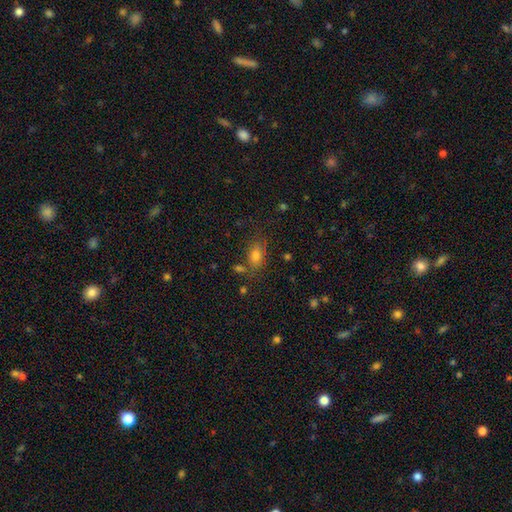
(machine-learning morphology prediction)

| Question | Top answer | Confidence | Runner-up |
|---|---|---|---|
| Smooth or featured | smooth | 74% | star or artifact (16%) |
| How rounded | in between | 78% | round (18%) |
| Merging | none | 72% | minor disturbance (15%) |